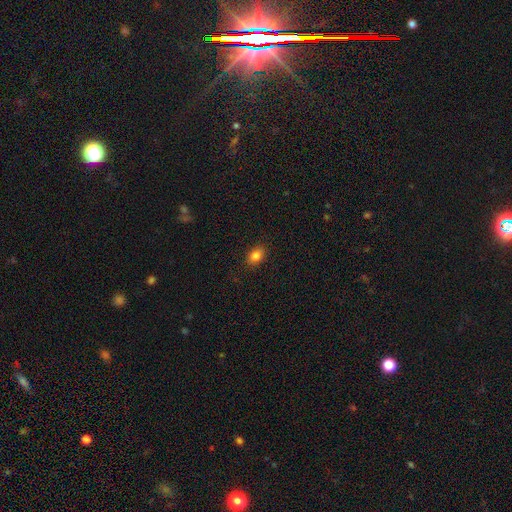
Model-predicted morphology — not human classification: This appears to be a smooth galaxy with no disk features (84%) that is in between round and cigar-shaped (75%). Merging: none (88%).